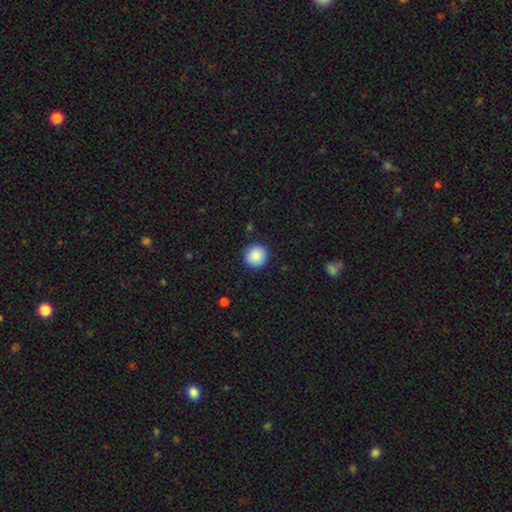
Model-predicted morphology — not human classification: smooth 88%, star or artifact 8%, featured or disk 4%. Down the decision tree: how rounded — round (95%); merging — none (92%).